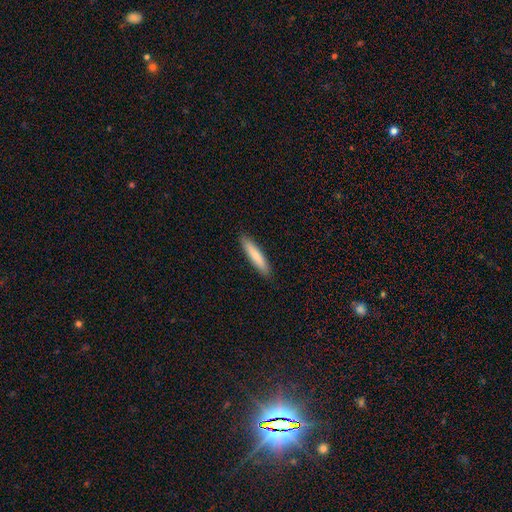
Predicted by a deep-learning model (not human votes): The model was most divided on "smooth or featured": smooth: 79%, featured or disk: 15%, star or artifact: 5%. More confident: merging — none (90%); how rounded — cigar-shaped (88%).